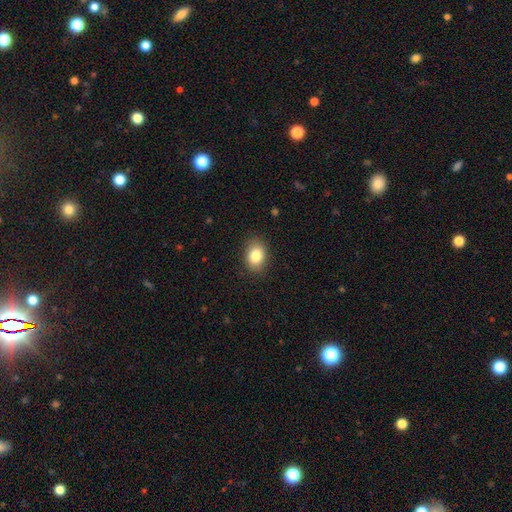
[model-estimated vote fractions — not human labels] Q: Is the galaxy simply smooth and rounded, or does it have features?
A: smooth — 84%.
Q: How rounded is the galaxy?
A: in between — 75%.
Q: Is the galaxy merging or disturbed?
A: none — 87%.